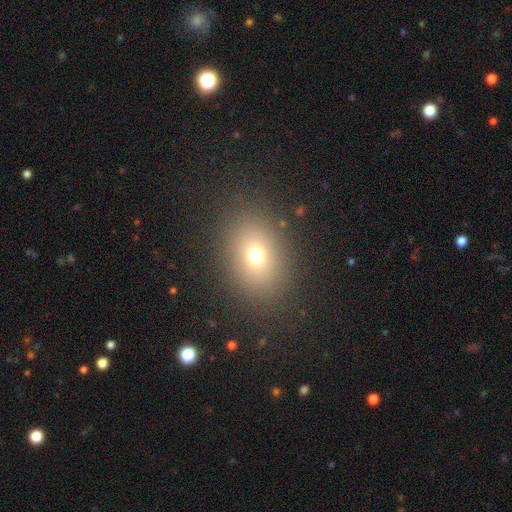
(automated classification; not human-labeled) A smooth galaxy with no disk features (70%) that is in between round and cigar-shaped (60%). Merging: none (86%).